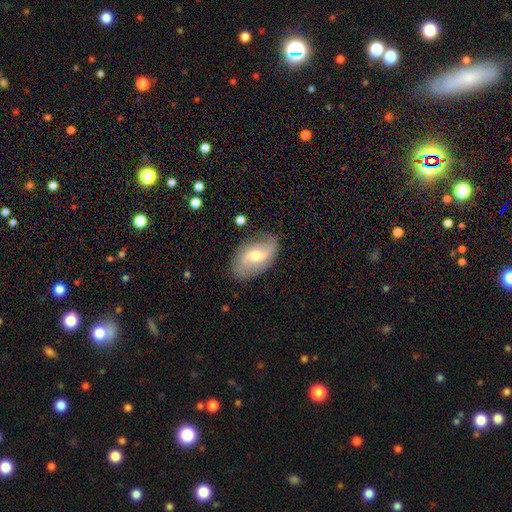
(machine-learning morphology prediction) smooth_or_featured: featured or disk (p=0.65) [alt: smooth p=0.28]
disk_edge_on: no (p=0.94) [alt: yes p=0.06]
bar: weak (p=0.52) [alt: no p=0.30]
has_spiral_arms: yes (p=0.84) [alt: no p=0.16]
spiral_winding: loose (p=0.58) [alt: medium p=0.30]
spiral_arm_count: 2 (p=0.82) [alt: can't tell p=0.10]
bulge_size: moderate (p=0.63) [alt: small p=0.30]
merging: none (p=0.78) [alt: minor disturbance p=0.16]